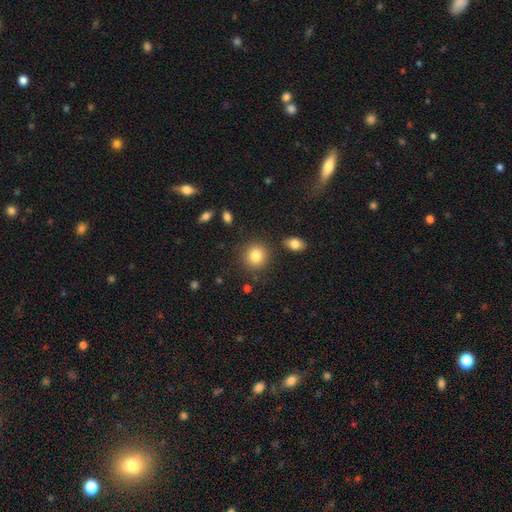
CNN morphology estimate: Smooth or featured? Predicted: smooth (p=0.83). How rounded? Predicted: round (p=0.88). Merging? Predicted: none (p=0.86).